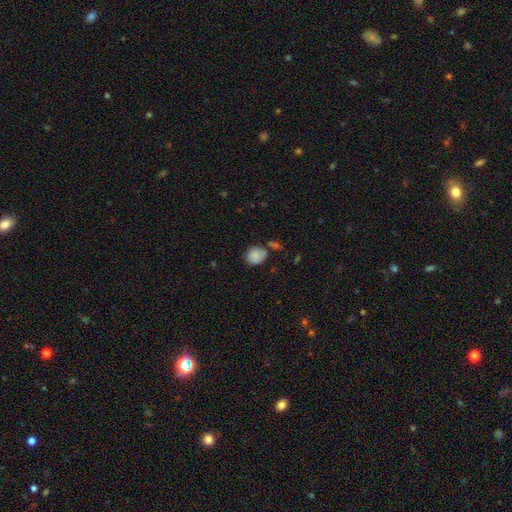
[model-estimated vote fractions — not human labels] Smooth or featured: smooth — 85% (star or artifact — 8%)
How rounded: round — 69% (in between — 30%)
Merging: none — 58% (minor disturbance — 21%)